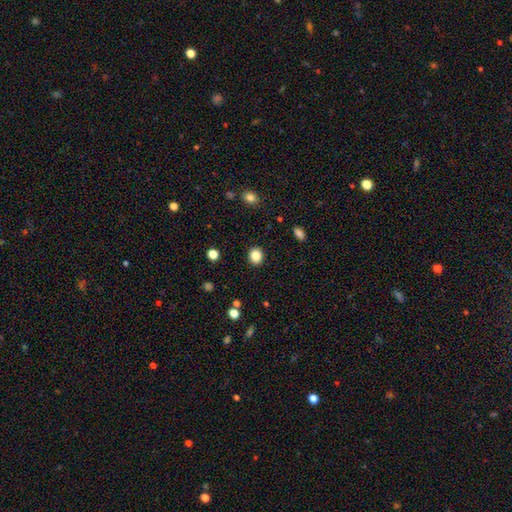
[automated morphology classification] A smooth galaxy with no disk features (85%) that is round (68%).

Vote fractions:
- Smooth or featured? smooth: 85% / star or artifact: 10% / featured or disk: 5%
- How rounded? round: 68% / in between: 31% / cigar-shaped: 1%
- Merging? none: 90% / minor disturbance: 6% / major disturbance: 2% / merger: 1%